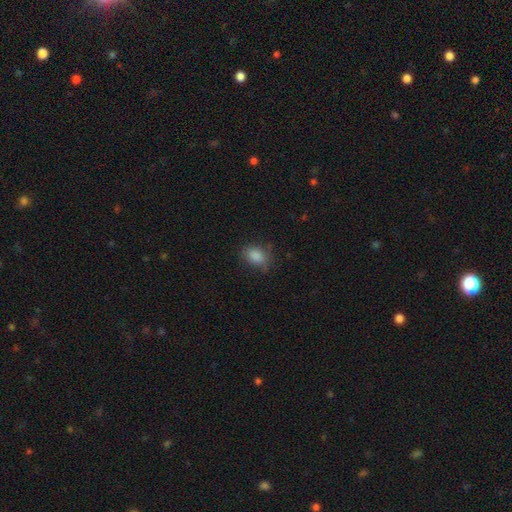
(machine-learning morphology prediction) A smooth galaxy with no disk features (84%) that is in between round and cigar-shaped (77%).

Vote fractions:
- Smooth or featured? smooth: 84% / star or artifact: 10% / featured or disk: 6%
- How rounded? in between: 77% / round: 21% / cigar-shaped: 1%
- Merging? none: 74% / minor disturbance: 19% / major disturbance: 6% / merger: 1%